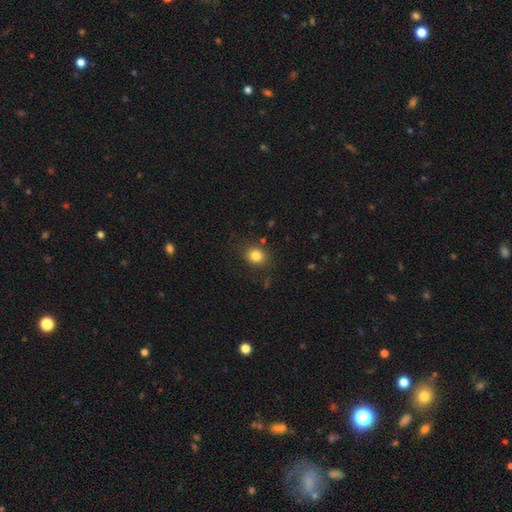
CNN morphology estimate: Smooth or featured? Predicted: smooth (p=0.83). How rounded? Predicted: round (p=0.65). Merging? Predicted: none (p=0.83).